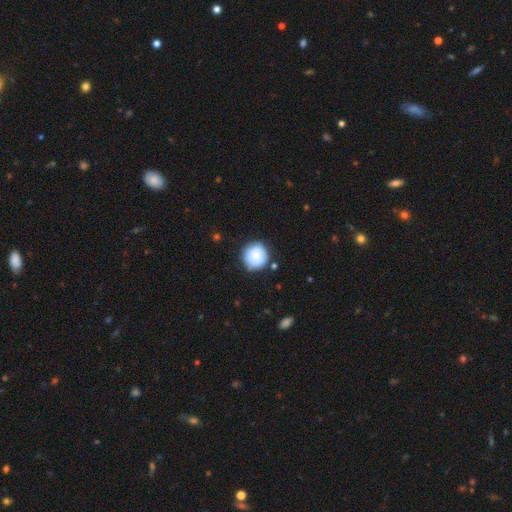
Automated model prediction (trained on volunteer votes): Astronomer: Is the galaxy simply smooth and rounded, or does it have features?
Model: smooth — 79%.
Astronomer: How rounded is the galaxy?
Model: round — 94%.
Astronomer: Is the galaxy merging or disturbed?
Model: none — 79%.